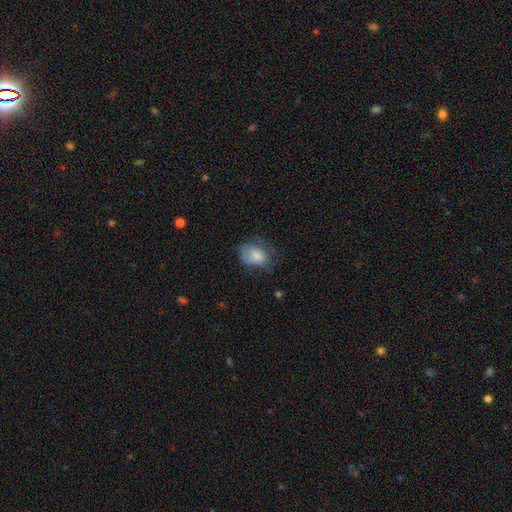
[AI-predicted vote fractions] smooth-or-featured: smooth: 75% | featured or disk: 17% | star or artifact: 8%
  how-rounded: in between: 71% | round: 28% | cigar-shaped: 1%
  merging: none: 45% | minor disturbance: 32% | major disturbance: 21% | merger: 2%